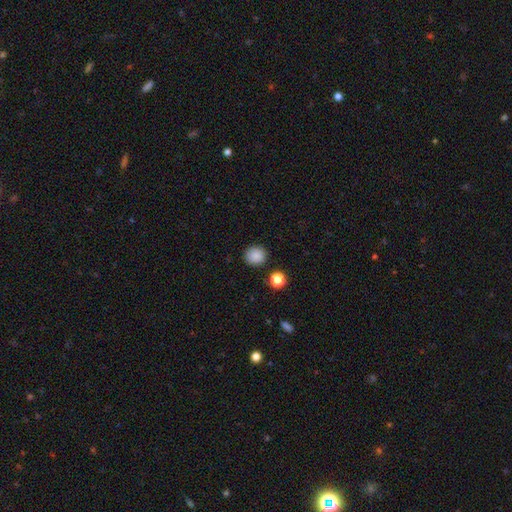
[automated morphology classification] smooth-or-featured: smooth: 87% | star or artifact: 10% | featured or disk: 3%
  how-rounded: round: 89% | in between: 10% | cigar-shaped: 1%
  merging: none: 89% | minor disturbance: 7% | merger: 2% | major disturbance: 2%